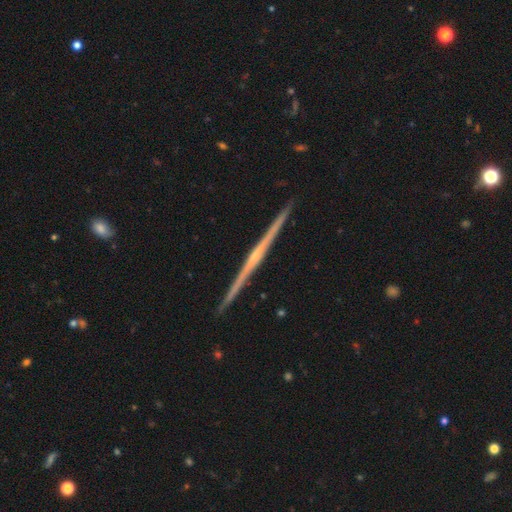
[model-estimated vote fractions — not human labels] Smooth or featured? Predicted: featured or disk (p=0.84). Edge-on disk? Predicted: yes (p=0.99). Edge-on bulge? Predicted: rounded (p=0.50). Merging? Predicted: none (p=0.93).